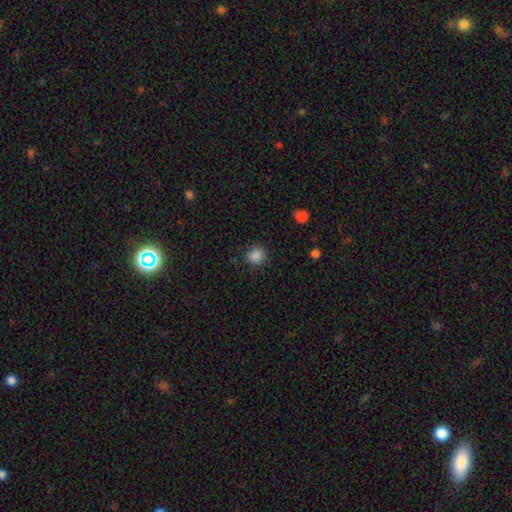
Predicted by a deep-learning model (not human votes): Smooth or featured?
  - smooth: 86% *
  - star or artifact: 11%
  - featured or disk: 3%
How rounded?
  - round: 79% *
  - in between: 20%
  - cigar-shaped: 1%
Merging?
  - none: 85% *
  - minor disturbance: 11%
  - major disturbance: 3%
  - merger: 1%